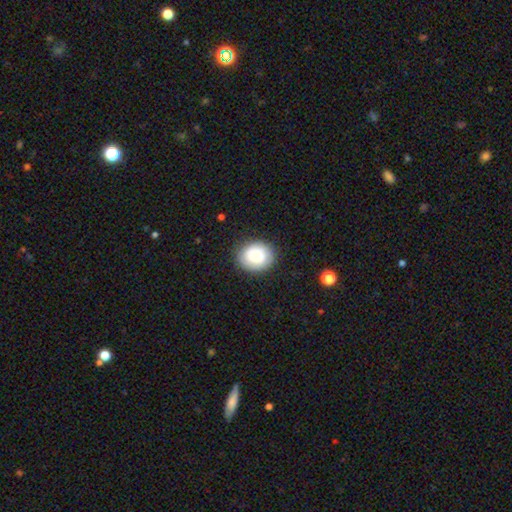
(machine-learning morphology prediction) The model was most divided on "how rounded": round: 61%, in between: 38%, cigar-shaped: 1%. More confident: merging — none (84%); smooth or featured — smooth (76%).